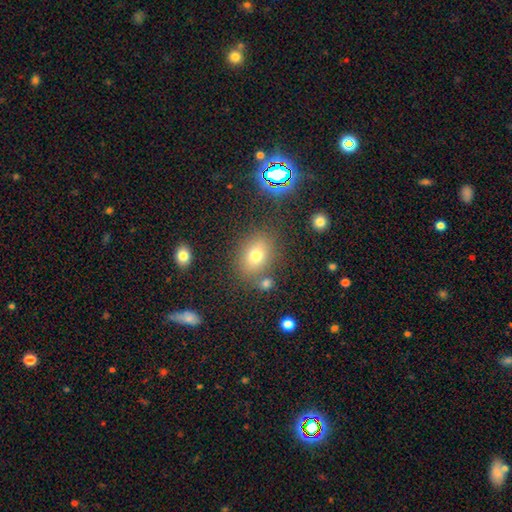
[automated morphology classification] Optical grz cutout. It shows a smooth galaxy with no disk features (69%) that is in between round and cigar-shaped (59%). Merging: none (74%).